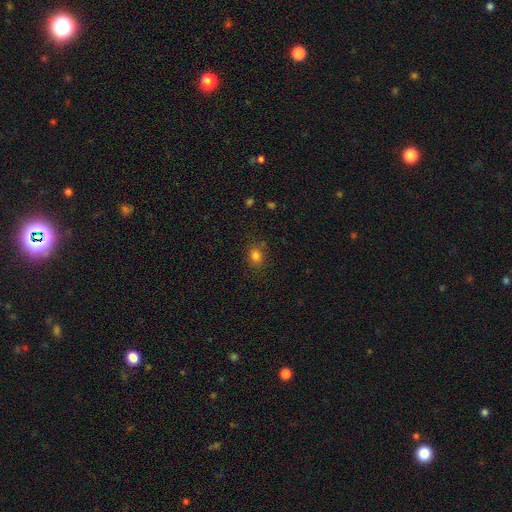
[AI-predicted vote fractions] Smooth or featured?
  - smooth: 79% *
  - star or artifact: 15%
  - featured or disk: 6%
How rounded?
  - round: 63% *
  - in between: 36%
  - cigar-shaped: 1%
Merging?
  - none: 81% *
  - minor disturbance: 12%
  - major disturbance: 4%
  - merger: 3%